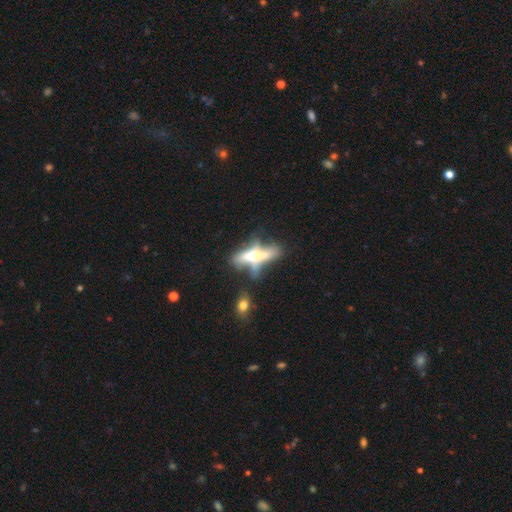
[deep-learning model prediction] Q: Smooth or featured?
A: featured or disk (57%); runner-up: smooth (35%)
Q: Edge-on disk?
A: yes (76%); runner-up: no (24%)
Q: Merging?
A: none (37%); runner-up: merger (24%)